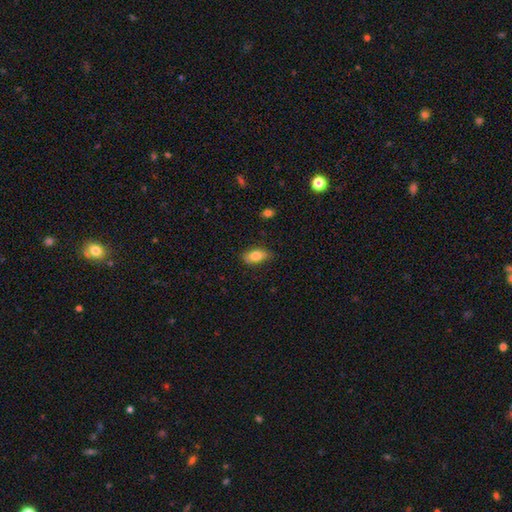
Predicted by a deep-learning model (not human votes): Smooth or featured: smooth — 81% (featured or disk — 11%)
How rounded: in between — 89% (cigar-shaped — 7%)
Merging: none — 78% (minor disturbance — 17%)